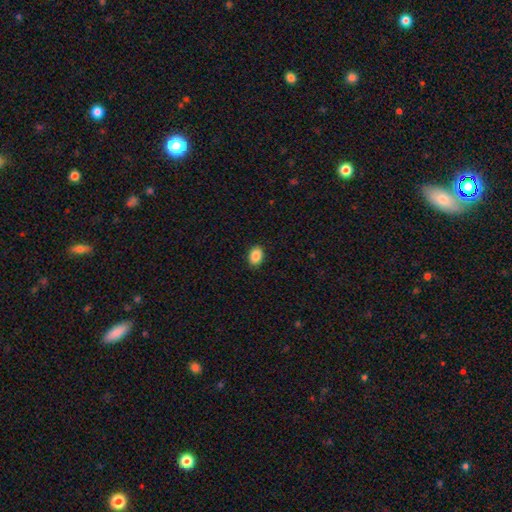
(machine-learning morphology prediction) smooth_or_featured: smooth (p=0.88) [alt: star or artifact p=0.08]
how_rounded: in between (p=0.75) [alt: round p=0.24]
merging: none (p=0.90) [alt: minor disturbance p=0.07]